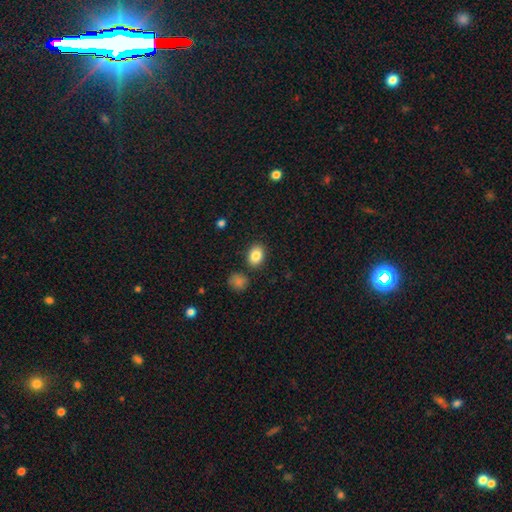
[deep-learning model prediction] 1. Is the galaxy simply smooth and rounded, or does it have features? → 85% smooth, 8% star or artifact, 6% featured or disk.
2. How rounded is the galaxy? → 74% in between, 24% round, 1% cigar-shaped.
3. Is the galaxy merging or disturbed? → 85% none, 9% minor disturbance, 4% merger, 2% major disturbance.